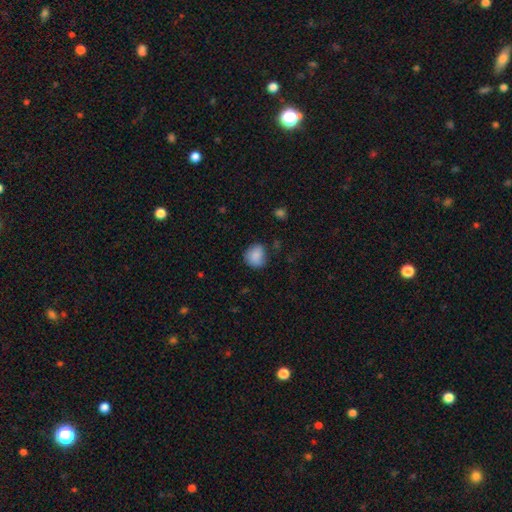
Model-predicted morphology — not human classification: Smooth or featured? smooth (86%)
How rounded? round (75%)
Merging? none (72%)